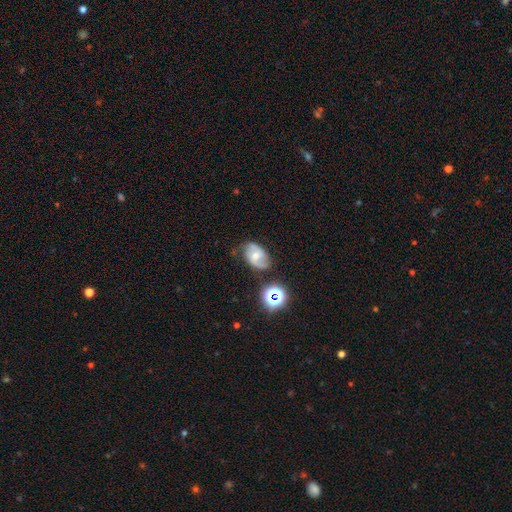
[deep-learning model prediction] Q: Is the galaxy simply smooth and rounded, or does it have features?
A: featured or disk — 57%.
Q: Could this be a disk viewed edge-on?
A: no — 96%.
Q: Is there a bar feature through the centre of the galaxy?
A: no — 56%.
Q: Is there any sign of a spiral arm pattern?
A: yes — 83%.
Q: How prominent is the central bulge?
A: moderate — 58%.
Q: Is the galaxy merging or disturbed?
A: none — 67%.